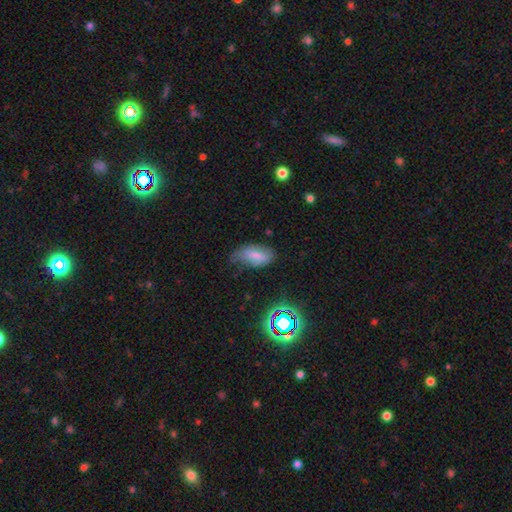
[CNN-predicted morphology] Q: Smooth or featured?
A: smooth (70%); runner-up: featured or disk (20%)
Q: How rounded?
A: in between (87%); runner-up: cigar-shaped (10%)
Q: Merging?
A: none (46%); runner-up: minor disturbance (37%)